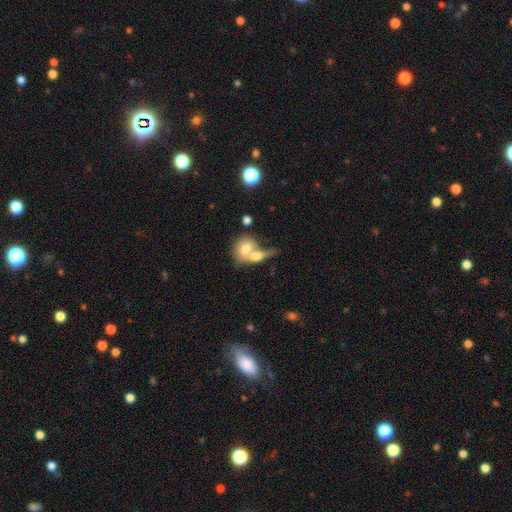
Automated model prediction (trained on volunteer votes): Smooth or featured: smooth — 67% (featured or disk — 26%)
How rounded: in between — 61% (round — 29%)
Merging: merger — 69% (none — 18%)